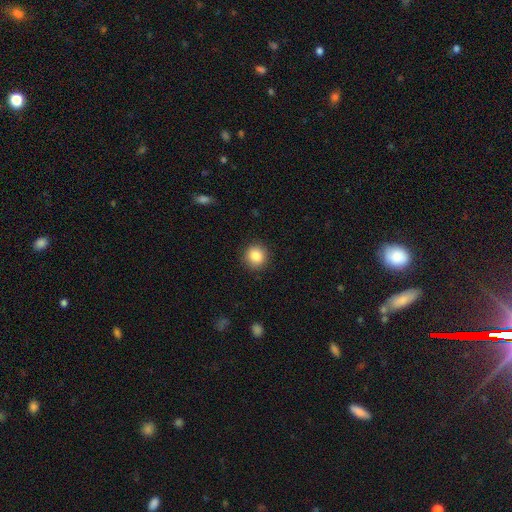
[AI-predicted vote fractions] Smooth or featured? Predicted: smooth (p=0.86). How rounded? Predicted: round (p=0.91). Merging? Predicted: none (p=0.91).